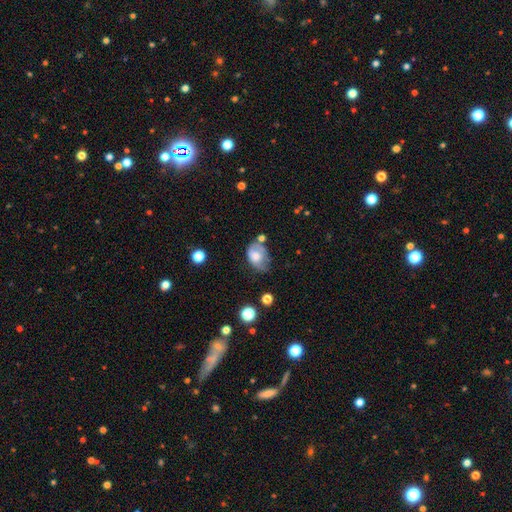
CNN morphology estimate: smooth_or_featured: smooth (p=0.61) [alt: featured or disk p=0.30]
how_rounded: in between (p=0.78) [alt: round p=0.21]
merging: minor disturbance (p=0.37) [alt: none p=0.31]